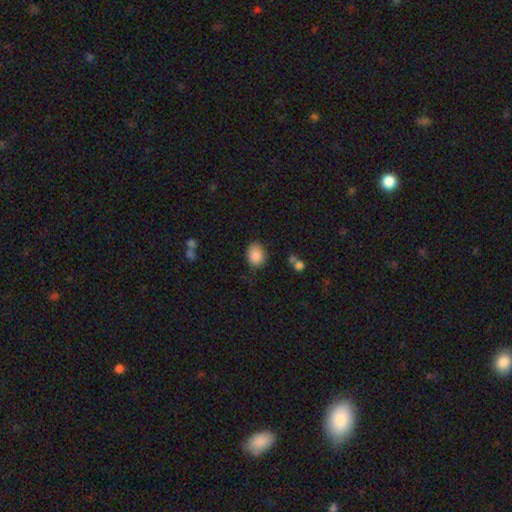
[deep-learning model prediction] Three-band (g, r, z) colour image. It shows a smooth galaxy with no disk features (86%) that is in between round and cigar-shaped (52%). Merging: none (73%).